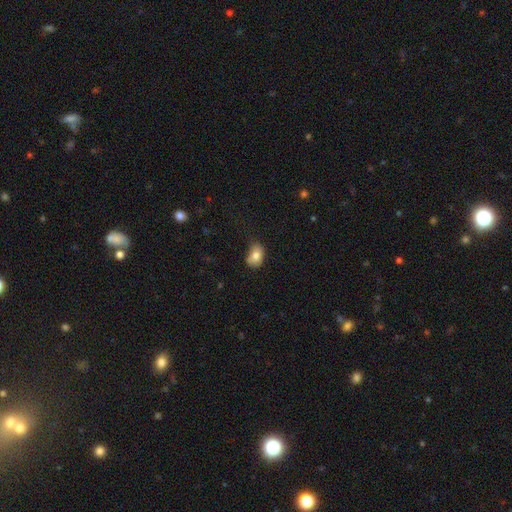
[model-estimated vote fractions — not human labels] Smooth or featured? Predicted: smooth (p=0.79). How rounded? Predicted: in between (p=0.77). Merging? Predicted: none (p=0.46).